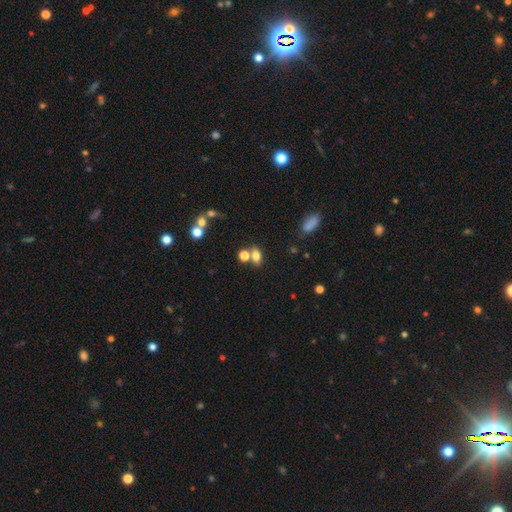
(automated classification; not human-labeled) The model was most divided on "merging": none: 52%, merger: 32%, minor disturbance: 11%, major disturbance: 5%. More confident: how rounded — in between (78%); smooth or featured — smooth (75%).